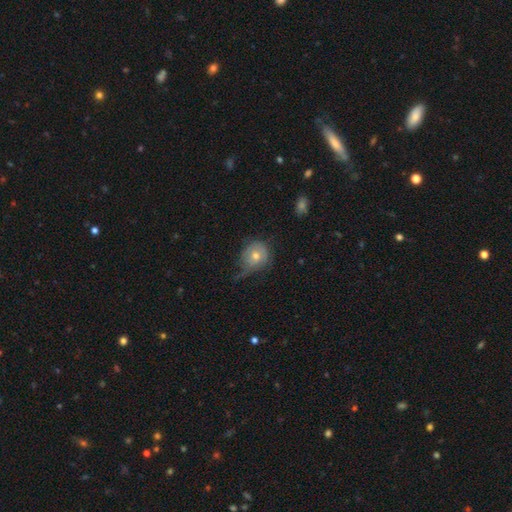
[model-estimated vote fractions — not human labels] Q: Smooth or featured?
A: smooth (57%); runner-up: featured or disk (33%)
Q: How rounded?
A: round (76%); runner-up: in between (23%)
Q: Merging?
A: none (38%); runner-up: minor disturbance (36%)